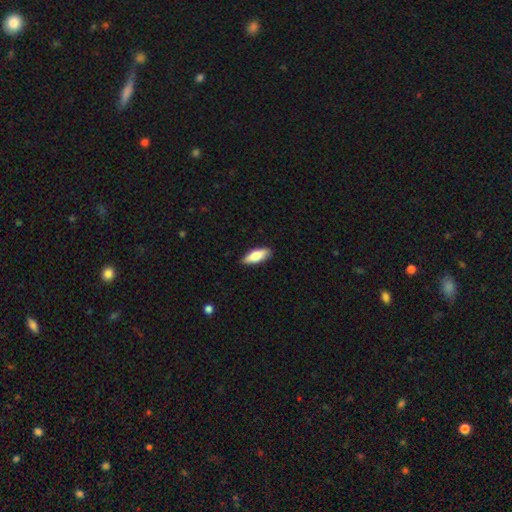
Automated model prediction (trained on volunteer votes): This is likely a smooth galaxy (76%). How rounded: likely in between (66%). Merging: clearly none (87%).